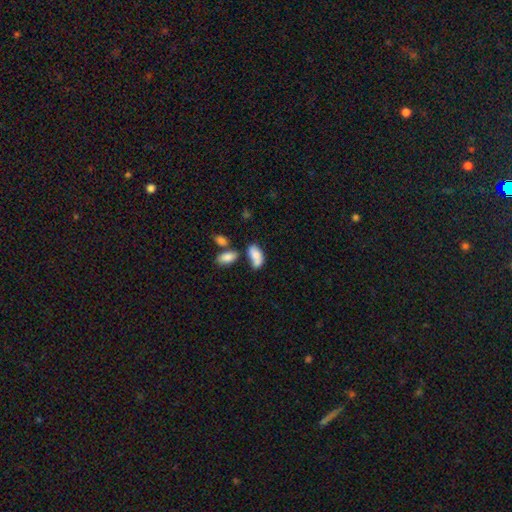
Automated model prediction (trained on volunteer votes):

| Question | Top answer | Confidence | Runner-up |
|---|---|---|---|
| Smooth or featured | smooth | 78% | featured or disk (14%) |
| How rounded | in between | 91% | cigar-shaped (5%) |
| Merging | merger | 36% | none (33%) |